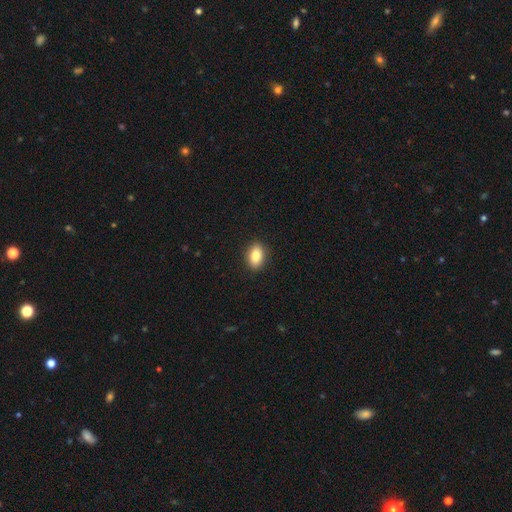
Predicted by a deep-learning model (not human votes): smooth-or-featured: smooth: 84% | featured or disk: 8% | star or artifact: 8%
  how-rounded: in between: 85% | round: 12% | cigar-shaped: 2%
  merging: none: 90% | minor disturbance: 7% | major disturbance: 2% | merger: 1%